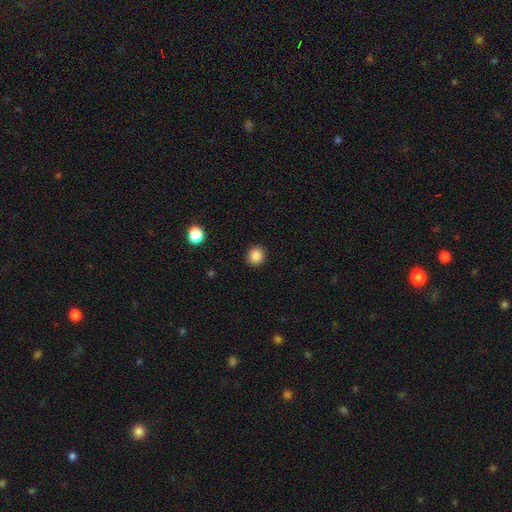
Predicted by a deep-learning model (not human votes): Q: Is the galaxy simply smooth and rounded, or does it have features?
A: smooth — 86%.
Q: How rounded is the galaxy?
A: round — 90%.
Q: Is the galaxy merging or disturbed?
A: none — 92%.